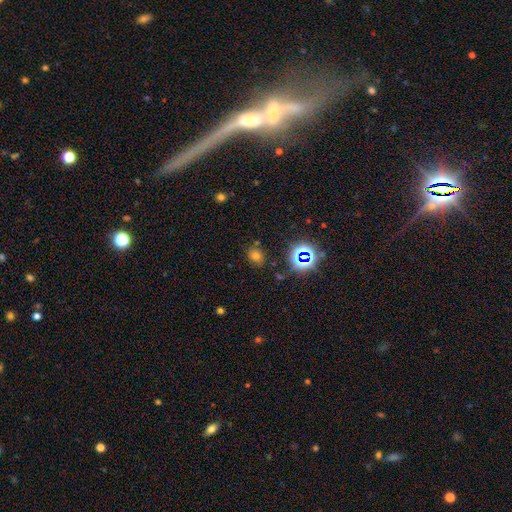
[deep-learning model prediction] Morphology: type=smooth (59%); roundness=round (55%); merging=none (80%).